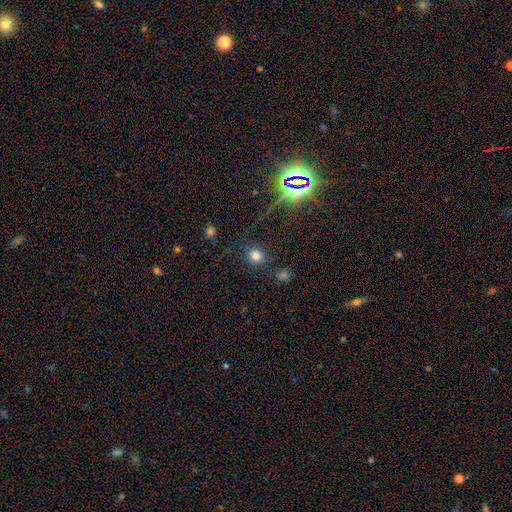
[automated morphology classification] Smooth or featured? Predicted: smooth (p=0.75). How rounded? Predicted: round (p=0.78). Merging? Predicted: none (p=0.83).